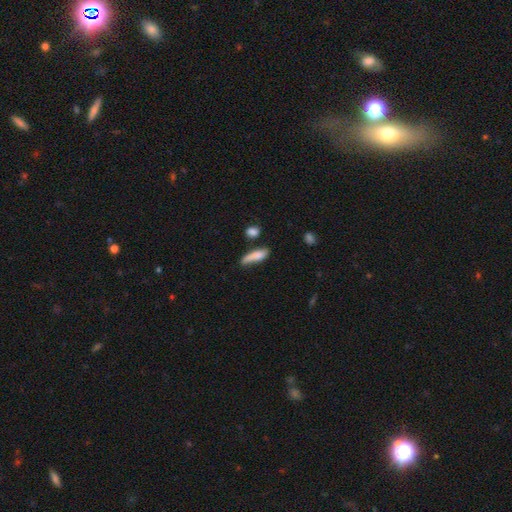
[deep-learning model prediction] Smooth or featured? Predicted: smooth (p=0.78). How rounded? Predicted: cigar-shaped (p=0.54). Merging? Predicted: none (p=0.42).